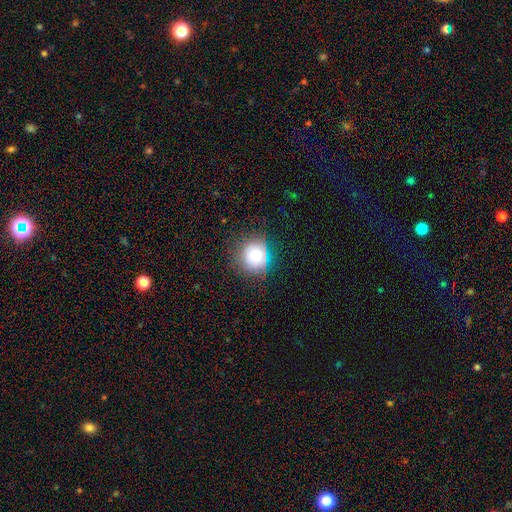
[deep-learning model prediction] A smooth galaxy with no disk features (70%) that is round (90%). Merging: none (79%).